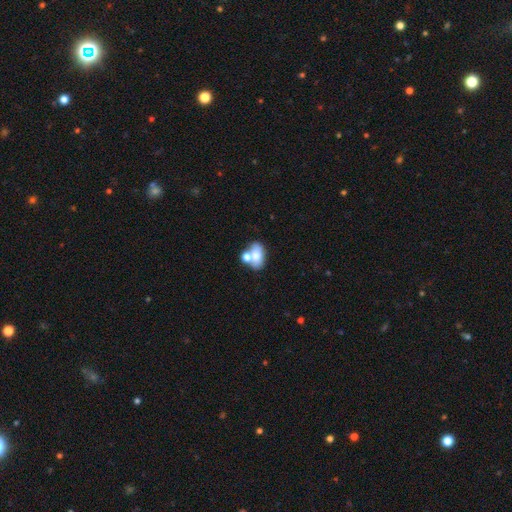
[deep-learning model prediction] smooth_or_featured: smooth (p=0.70) [alt: featured or disk p=0.21]
how_rounded: in between (p=0.85) [alt: round p=0.14]
merging: merger (p=0.41) [alt: none p=0.40]